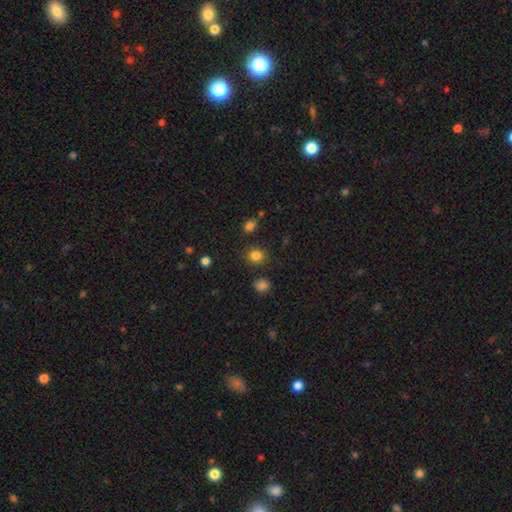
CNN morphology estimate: Smooth or featured?
  - smooth: 83% *
  - star or artifact: 13%
  - featured or disk: 4%
How rounded?
  - round: 77% *
  - in between: 22%
  - cigar-shaped: 1%
Merging?
  - none: 84% *
  - minor disturbance: 9%
  - merger: 4%
  - major disturbance: 3%